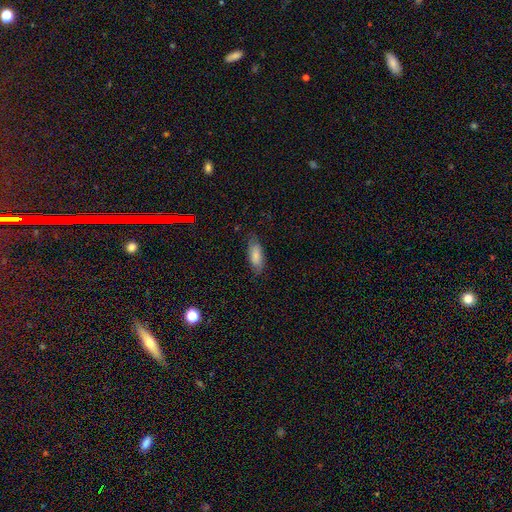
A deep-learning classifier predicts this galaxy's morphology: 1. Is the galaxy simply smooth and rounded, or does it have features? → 75% smooth, 17% featured or disk, 7% star or artifact.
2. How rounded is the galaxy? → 75% in between, 23% cigar-shaped, 2% round.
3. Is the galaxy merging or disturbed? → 74% none, 20% minor disturbance, 5% major disturbance, 1% merger.